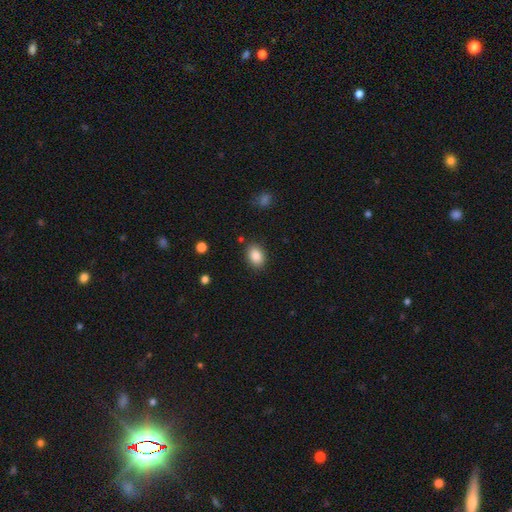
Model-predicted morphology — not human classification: Smooth or featured? Predicted: smooth (p=0.87). How rounded? Predicted: in between (p=0.76). Merging? Predicted: none (p=0.86).